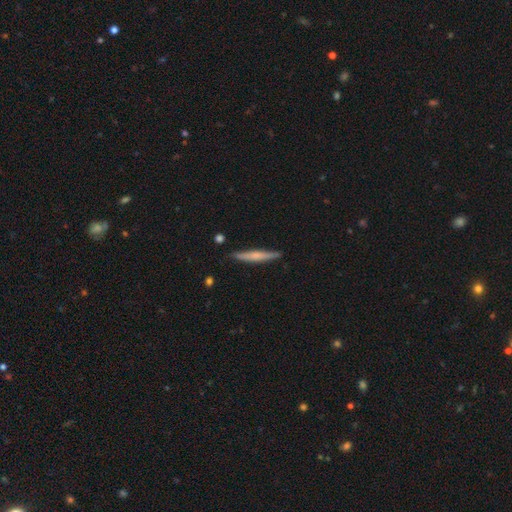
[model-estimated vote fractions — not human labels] Smooth or featured? Predicted: smooth (p=0.47, tied with featured or disk). Merging? Predicted: none (p=0.86).